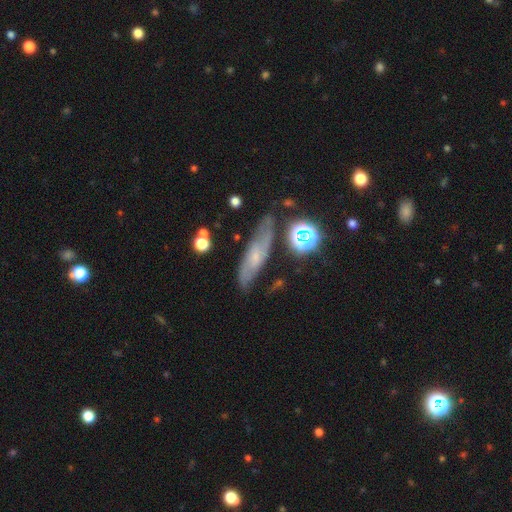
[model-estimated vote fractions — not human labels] Smooth or featured: featured or disk — 58% (smooth — 30%)
Edge-on disk: no — 68% (yes — 32%)
Merging: none — 69% (minor disturbance — 20%)